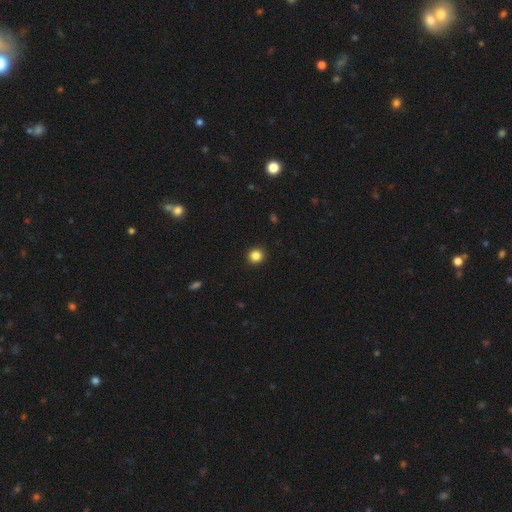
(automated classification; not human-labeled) Smooth or featured? Predicted: smooth (p=0.85). How rounded? Predicted: round (p=0.93). Merging? Predicted: none (p=0.93).